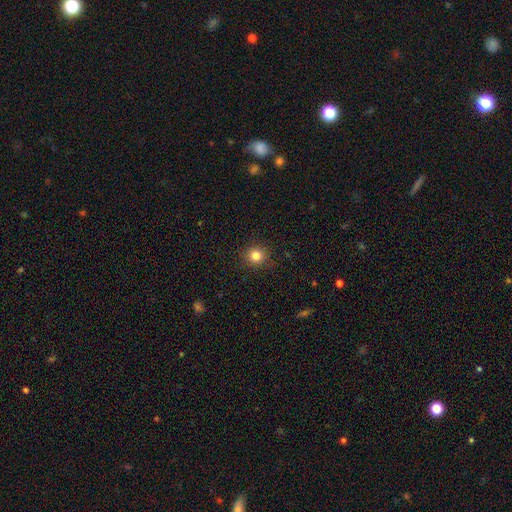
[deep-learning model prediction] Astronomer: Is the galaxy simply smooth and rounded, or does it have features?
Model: smooth — 82%.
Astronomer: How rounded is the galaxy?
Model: round — 90%.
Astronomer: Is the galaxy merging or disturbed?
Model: none — 90%.